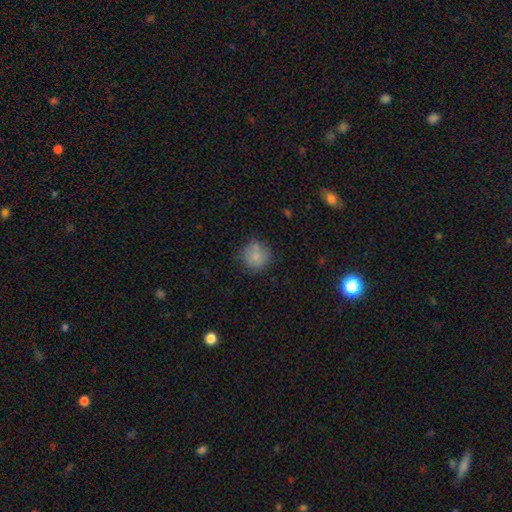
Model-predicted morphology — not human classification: This appears to be a smooth galaxy with no disk features (80%) that is round (91%). Merging: none (67%).